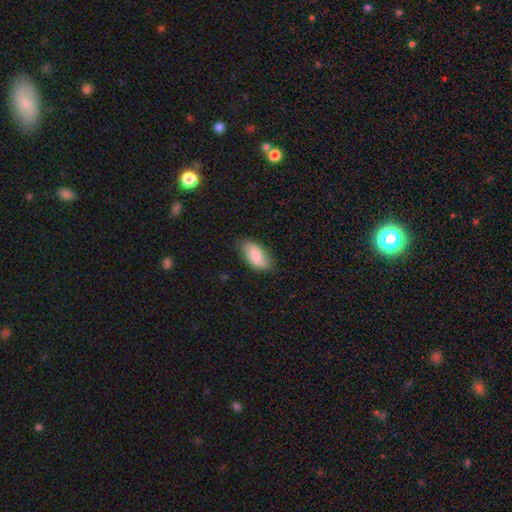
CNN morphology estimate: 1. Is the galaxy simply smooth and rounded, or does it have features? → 84% smooth, 10% featured or disk, 6% star or artifact.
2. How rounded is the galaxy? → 92% in between, 5% cigar-shaped, 3% round.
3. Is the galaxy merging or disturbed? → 75% none, 20% minor disturbance, 4% major disturbance, 1% merger.